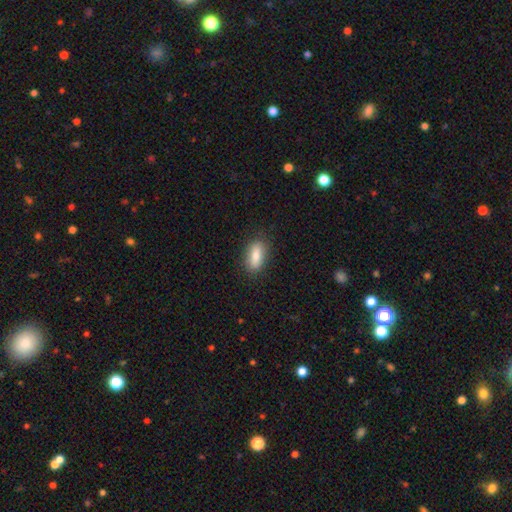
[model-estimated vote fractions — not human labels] The model was most divided on "how rounded": in between: 79%, cigar-shaped: 17%, round: 4%. More confident: merging — none (85%); smooth or featured — smooth (79%).